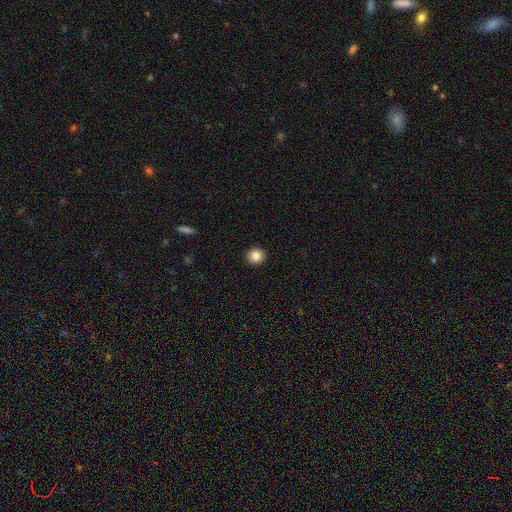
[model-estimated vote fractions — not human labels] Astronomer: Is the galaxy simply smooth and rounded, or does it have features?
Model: smooth — 86%.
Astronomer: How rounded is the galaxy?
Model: round — 88%.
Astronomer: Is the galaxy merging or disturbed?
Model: none — 93%.